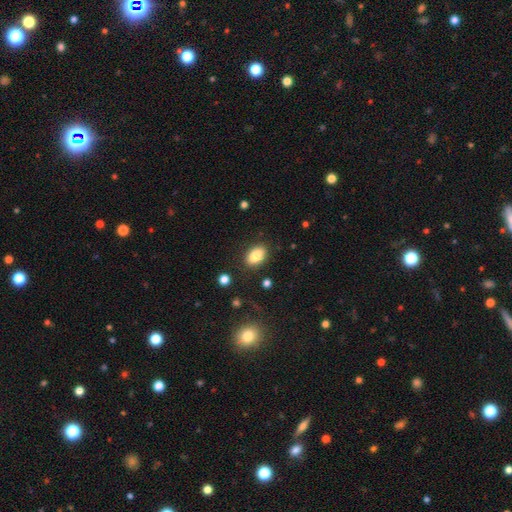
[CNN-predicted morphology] Smooth or featured? Predicted: smooth (p=0.85). How rounded? Predicted: in between (p=0.87). Merging? Predicted: none (p=0.86).